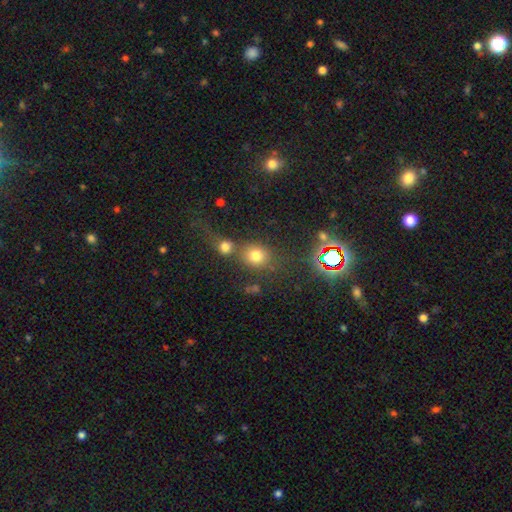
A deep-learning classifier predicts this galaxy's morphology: The model was most divided on "merging": none: 54%, merger: 29%, minor disturbance: 10%, major disturbance: 6%. More confident: how rounded — round (76%); smooth or featured — smooth (73%).